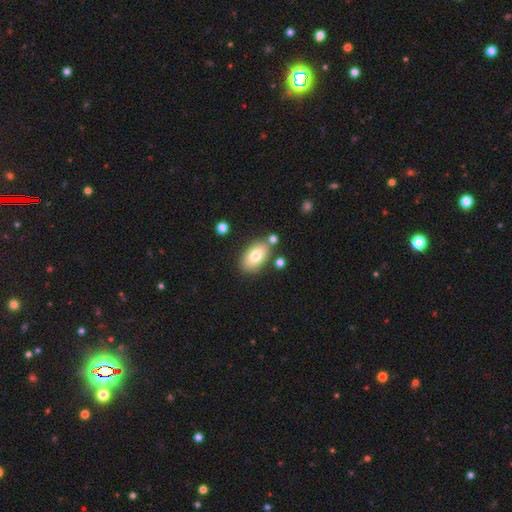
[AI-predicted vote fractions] Morphology: type=smooth (76%); roundness=in between (92%); merging=none (78%).